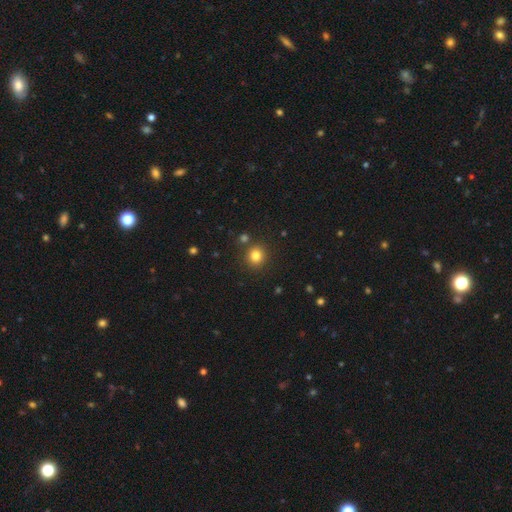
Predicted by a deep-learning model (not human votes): Morphology: type=smooth (81%); roundness=round (87%); merging=none (85%).